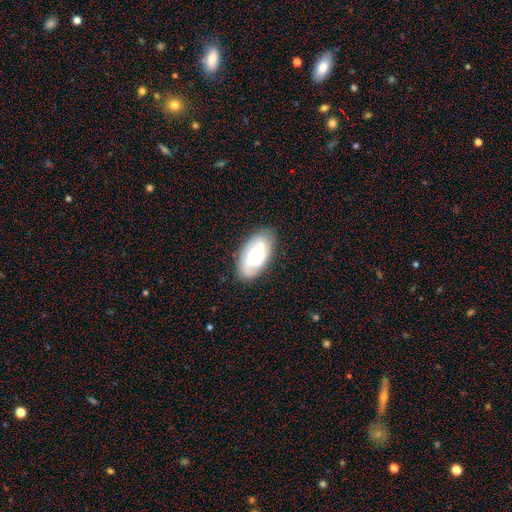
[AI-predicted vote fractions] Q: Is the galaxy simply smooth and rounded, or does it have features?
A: featured or disk — 56%.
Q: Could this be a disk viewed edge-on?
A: no — 94%.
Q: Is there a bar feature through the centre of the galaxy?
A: no — 68%.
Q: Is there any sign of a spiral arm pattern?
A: yes — 88%.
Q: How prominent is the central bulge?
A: moderate — 47%.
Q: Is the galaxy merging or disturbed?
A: none — 80%.